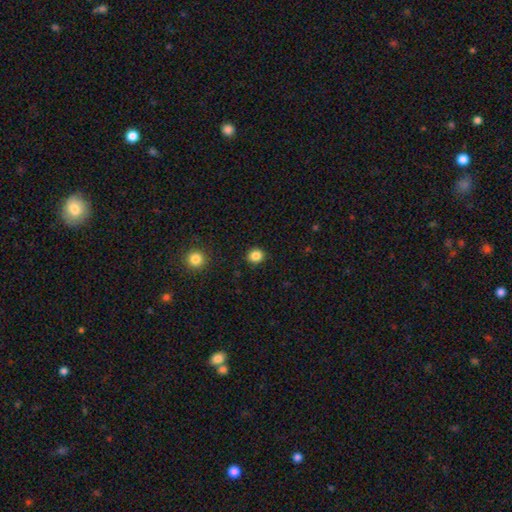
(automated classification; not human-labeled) This is clearly a smooth galaxy (85%). How rounded: likely round (79%). Merging: clearly none (90%).